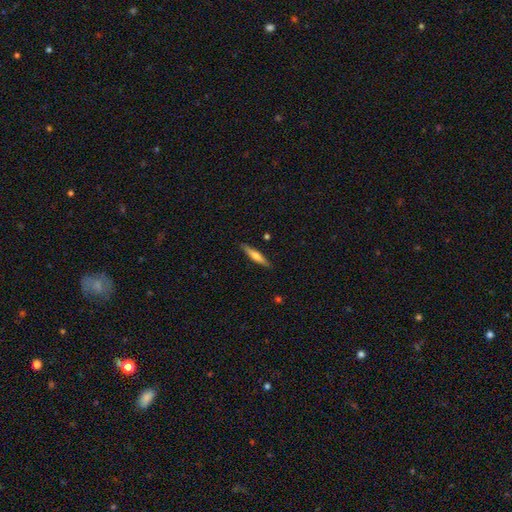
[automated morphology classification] Overall: smooth (50%; featured or disk 44%). How rounded: cigar-shaped (88%). Merging: none (89%).